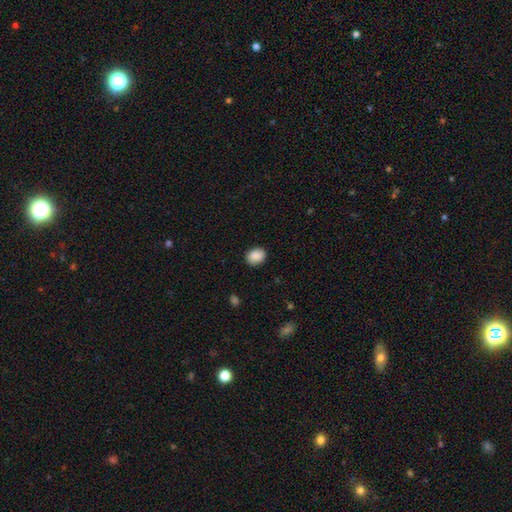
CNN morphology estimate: The model was most divided on "how rounded": in between: 58%, round: 42%, cigar-shaped: 1%. More confident: smooth or featured — smooth (89%); merging — none (88%).